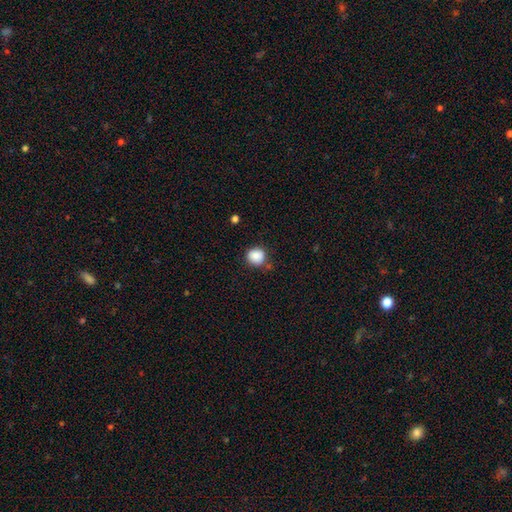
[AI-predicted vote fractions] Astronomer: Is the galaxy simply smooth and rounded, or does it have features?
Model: smooth — 86%.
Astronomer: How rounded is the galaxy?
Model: round — 86%.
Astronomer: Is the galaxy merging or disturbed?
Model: none — 76%.